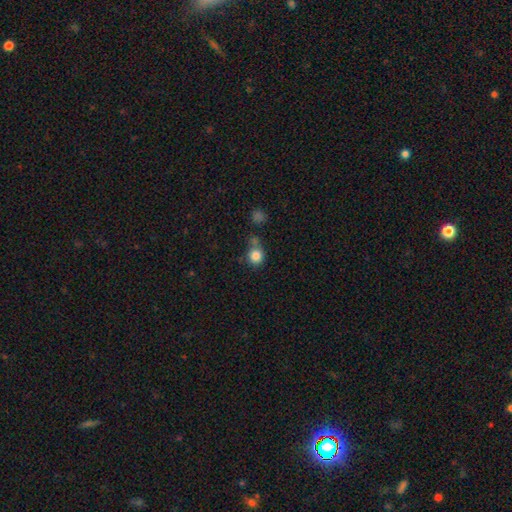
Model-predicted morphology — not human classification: smooth 84%, star or artifact 10%, featured or disk 5%. Down the decision tree: how rounded — round (86%); merging — none (59%).